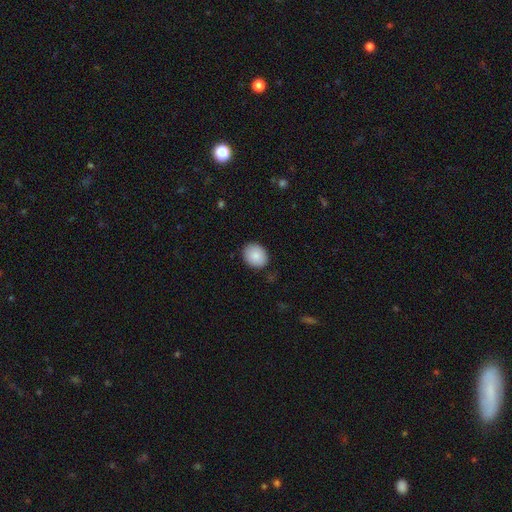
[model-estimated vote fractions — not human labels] This appears to be a smooth galaxy with no disk features (86%) that is round (54%). Merging: none (87%).